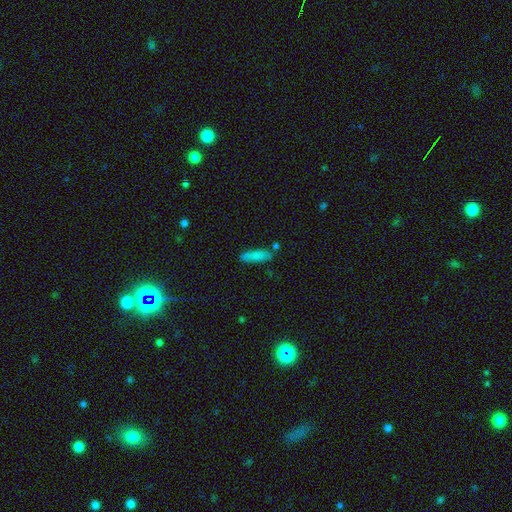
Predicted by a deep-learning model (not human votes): smooth-or-featured: smooth: 83% | featured or disk: 9% | star or artifact: 8%
  how-rounded: cigar-shaped: 67% | in between: 31% | round: 2%
  merging: none: 76% | minor disturbance: 14% | merger: 6% | major disturbance: 3%